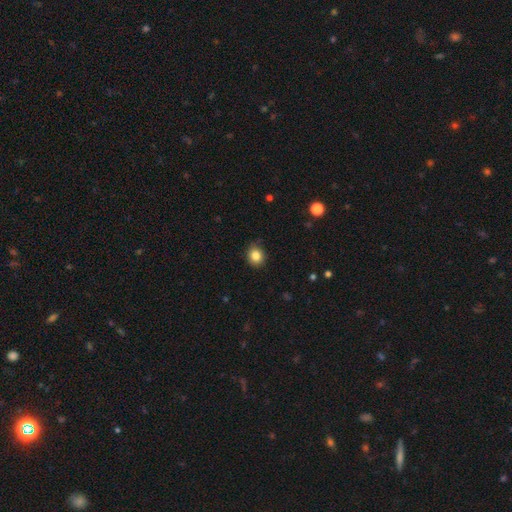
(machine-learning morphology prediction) The model was most divided on "how rounded": round: 74%, in between: 25%, cigar-shaped: 1%. More confident: smooth or featured — smooth (85%); merging — none (83%).